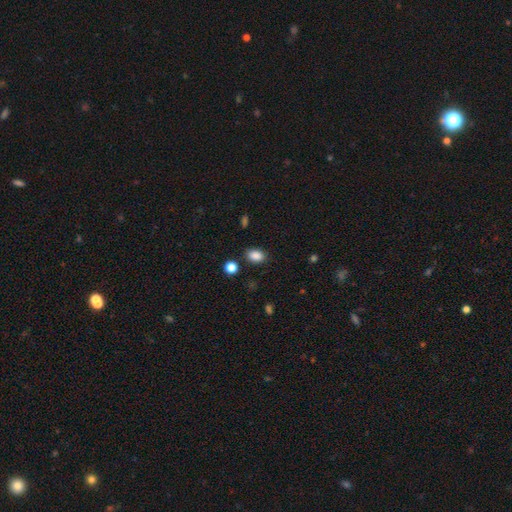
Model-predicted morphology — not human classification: Smooth or featured? Predicted: smooth (p=0.87). How rounded? Predicted: in between (p=0.81). Merging? Predicted: none (p=0.84).